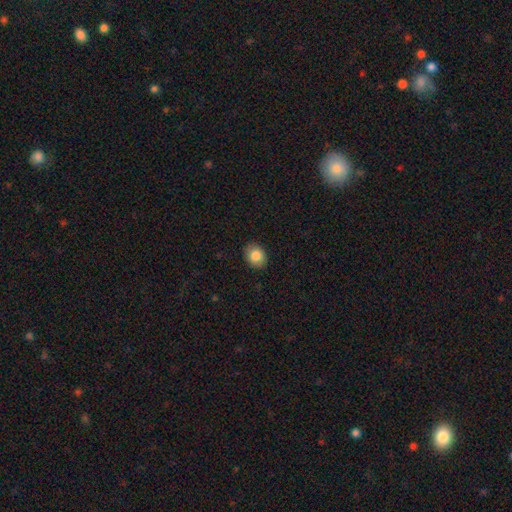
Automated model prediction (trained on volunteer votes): smooth_or_featured: smooth (p=0.85) [alt: star or artifact p=0.08]
how_rounded: round (p=0.54) [alt: in between p=0.45]
merging: none (p=0.87) [alt: minor disturbance p=0.10]